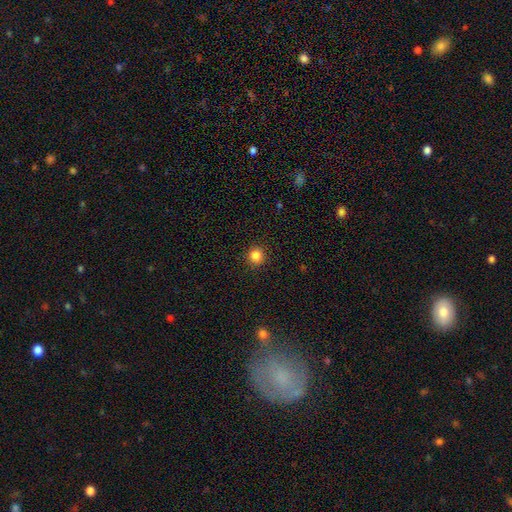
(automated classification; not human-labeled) Smooth or featured? smooth (85%)
How rounded? round (93%)
Merging? none (92%)